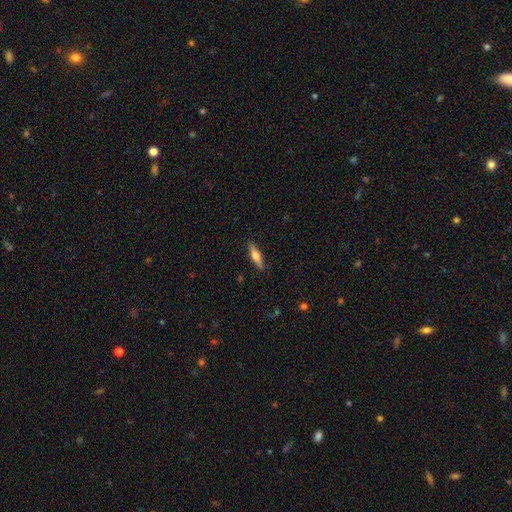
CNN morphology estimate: Q: Smooth or featured?
A: smooth (53%); runner-up: featured or disk (41%)
Q: How rounded?
A: cigar-shaped (69%); runner-up: in between (29%)
Q: Merging?
A: none (89%); runner-up: minor disturbance (8%)